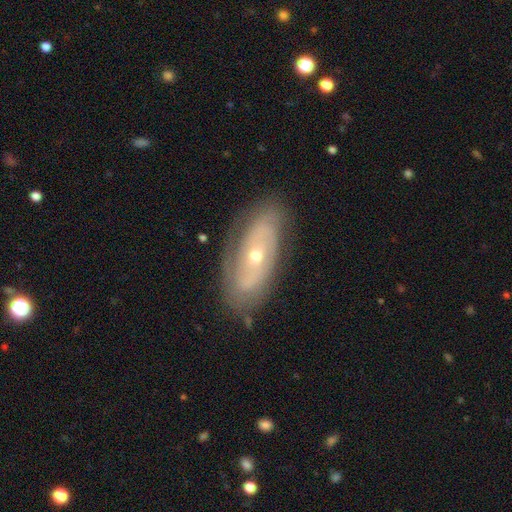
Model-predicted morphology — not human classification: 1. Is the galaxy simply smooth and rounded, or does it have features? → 71% featured or disk, 22% smooth, 7% star or artifact.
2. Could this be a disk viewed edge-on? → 88% no, 12% yes.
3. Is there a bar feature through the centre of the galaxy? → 77% no, 17% weak, 6% strong.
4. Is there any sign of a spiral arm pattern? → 67% yes, 33% no.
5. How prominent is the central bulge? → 51% small, 45% moderate, 2% large, 1% dominant, 1% none.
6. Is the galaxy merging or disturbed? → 78% none, 15% minor disturbance, 5% major disturbance, 1% merger.